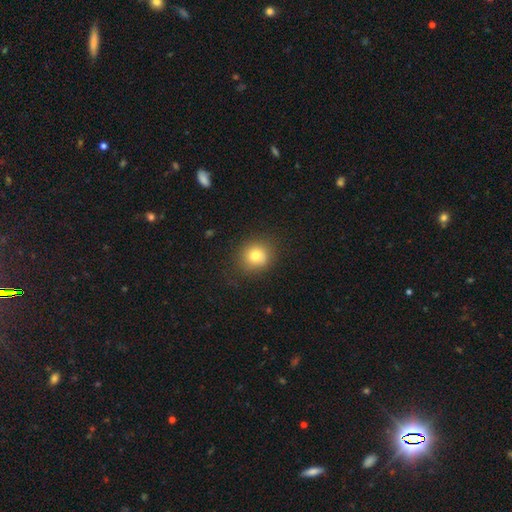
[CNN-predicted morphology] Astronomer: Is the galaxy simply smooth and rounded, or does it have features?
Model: smooth — 78%.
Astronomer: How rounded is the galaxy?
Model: round — 87%.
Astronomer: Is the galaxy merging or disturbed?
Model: none — 84%.